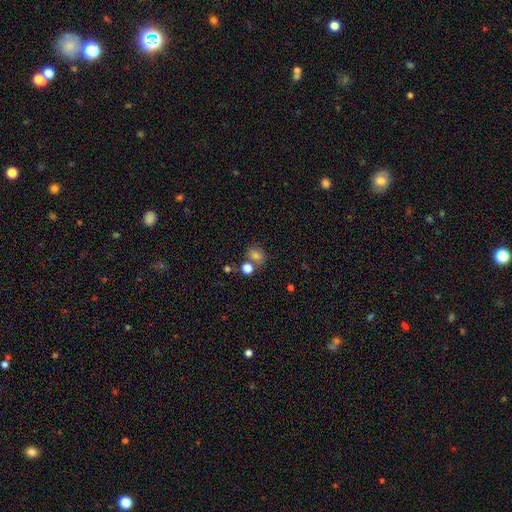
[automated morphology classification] This is likely a smooth galaxy (71%). How rounded: possibly round (54%). Merging: likely none (61%).